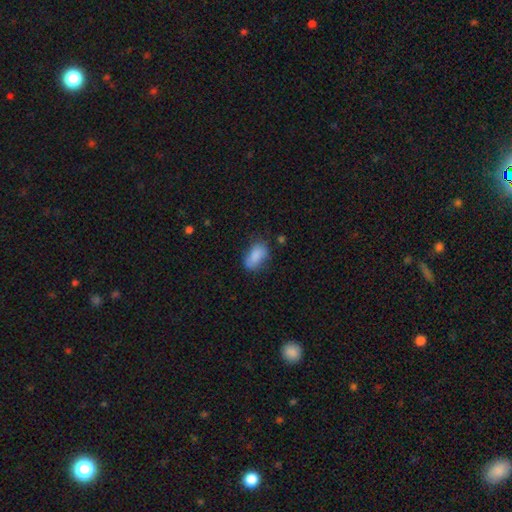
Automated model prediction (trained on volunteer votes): Smooth or featured? Predicted: smooth (p=0.84). How rounded? Predicted: in between (p=0.90). Merging? Predicted: none (p=0.62).